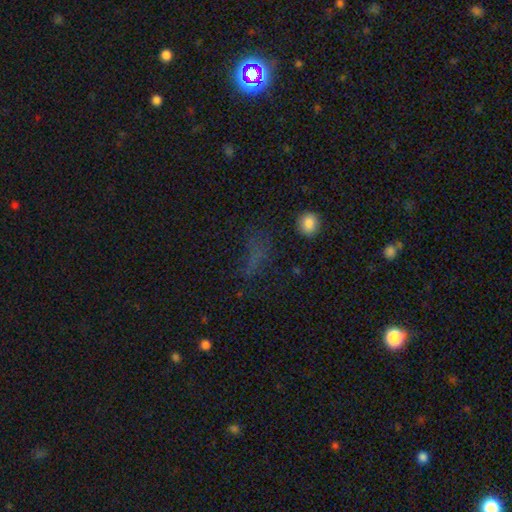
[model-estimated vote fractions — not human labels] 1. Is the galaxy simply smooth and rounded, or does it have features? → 44% smooth, 40% star or artifact, 16% featured or disk.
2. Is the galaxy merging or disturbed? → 54% none, 23% major disturbance, 19% minor disturbance, 5% merger.